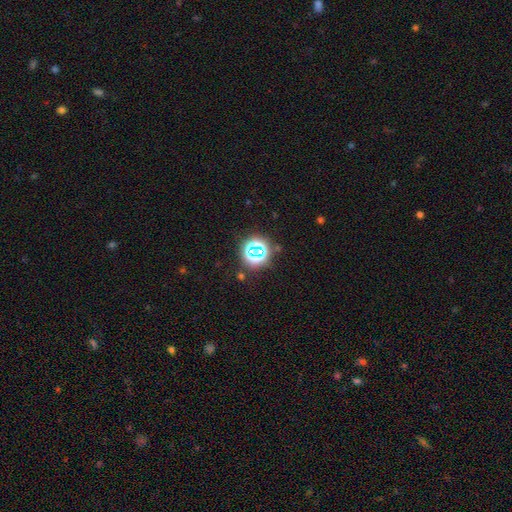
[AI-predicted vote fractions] Smooth or featured? star or artifact (62%)